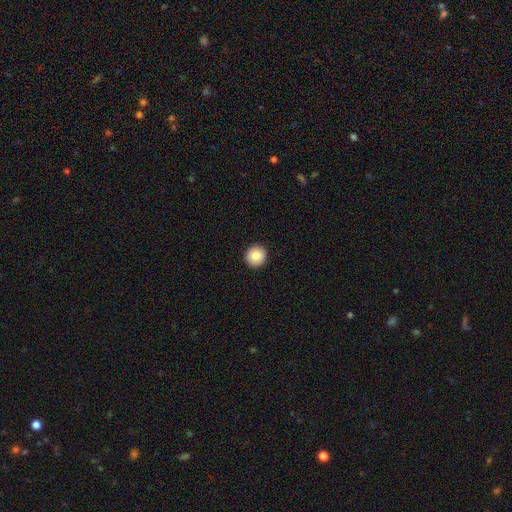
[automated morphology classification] smooth-or-featured: smooth: 82% | featured or disk: 9% | star or artifact: 8%
  how-rounded: round: 96% | in between: 4% | cigar-shaped: 1%
  merging: none: 93% | minor disturbance: 4% | major disturbance: 1% | merger: 1%